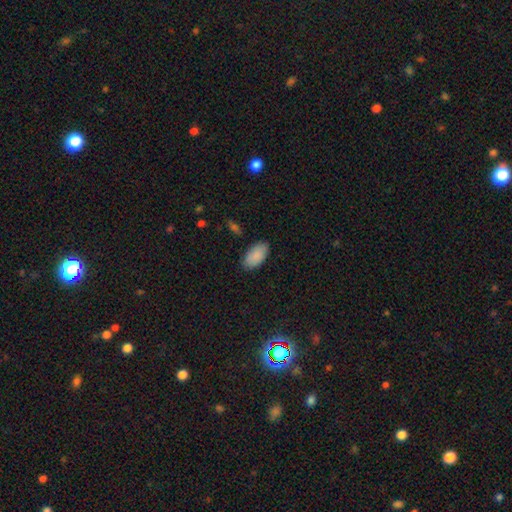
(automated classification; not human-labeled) Overall: smooth (89%). How rounded: in between (95%). Merging: none (85%).